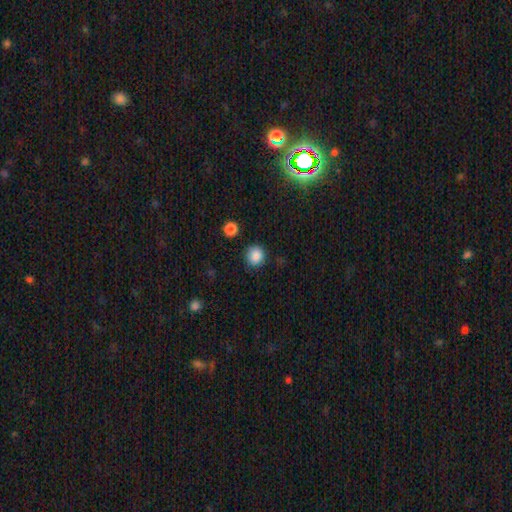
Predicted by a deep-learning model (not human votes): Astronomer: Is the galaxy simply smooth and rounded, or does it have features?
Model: smooth — 86%.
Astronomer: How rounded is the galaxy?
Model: round — 90%.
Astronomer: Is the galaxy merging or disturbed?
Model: none — 85%.